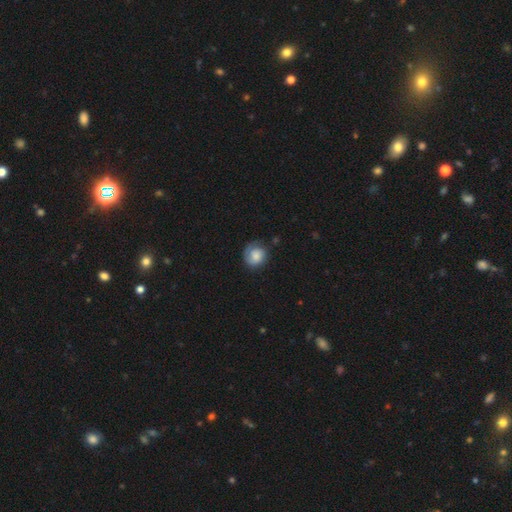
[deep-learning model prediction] This appears to be a smooth galaxy with no disk features (51%) that is round (77%). Merging: none (66%).